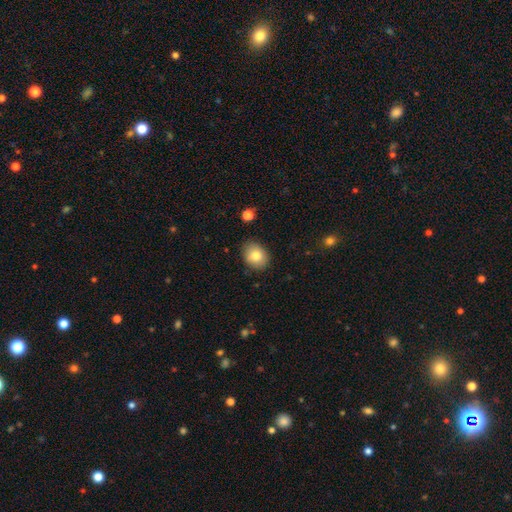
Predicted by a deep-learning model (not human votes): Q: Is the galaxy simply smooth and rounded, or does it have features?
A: smooth — 82%.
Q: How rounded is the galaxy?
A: in between — 50%.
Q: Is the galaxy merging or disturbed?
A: none — 85%.